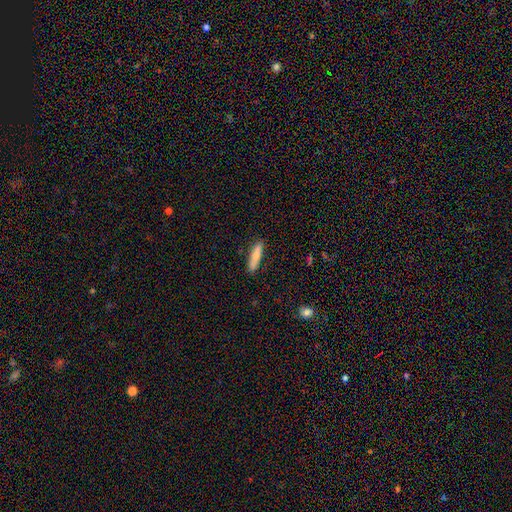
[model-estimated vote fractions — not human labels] Morphology: type=smooth (79%); roundness=cigar-shaped (78%); merging=none (87%).